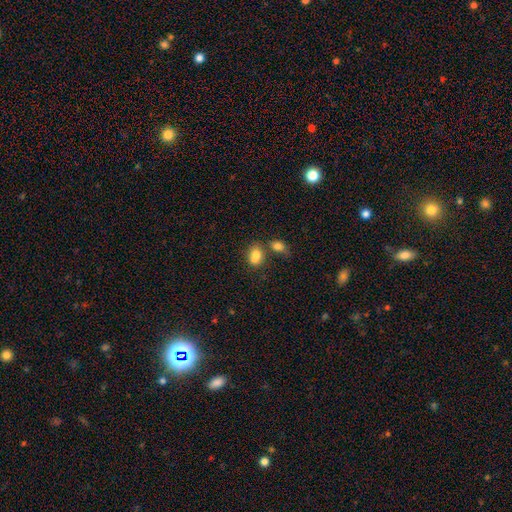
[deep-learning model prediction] Q: Smooth or featured?
A: smooth (80%); runner-up: featured or disk (10%)
Q: How rounded?
A: in between (70%); runner-up: round (29%)
Q: Merging?
A: none (40%); tied with: merger (40%)